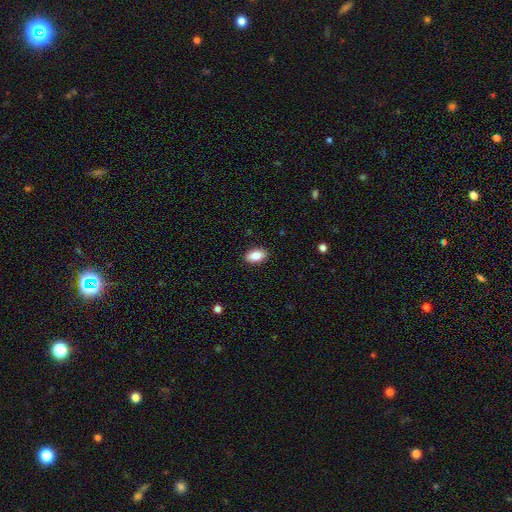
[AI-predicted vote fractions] smooth_or_featured: smooth (p=0.84) [alt: featured or disk p=0.09]
how_rounded: in between (p=0.92) [alt: round p=0.05]
merging: none (p=0.90) [alt: minor disturbance p=0.07]